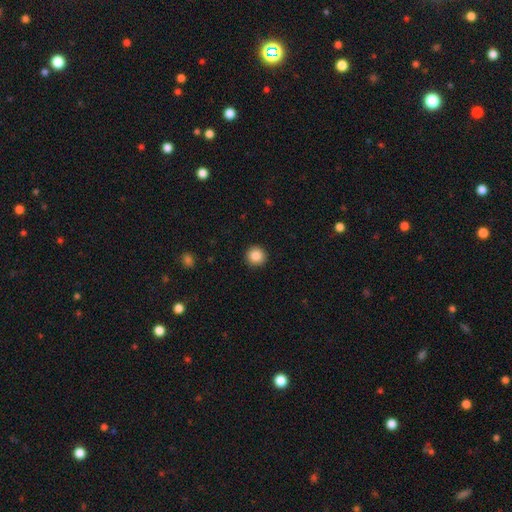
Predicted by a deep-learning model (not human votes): This appears to be a smooth galaxy with no disk features (86%) that is round (94%). Merging: none (92%).